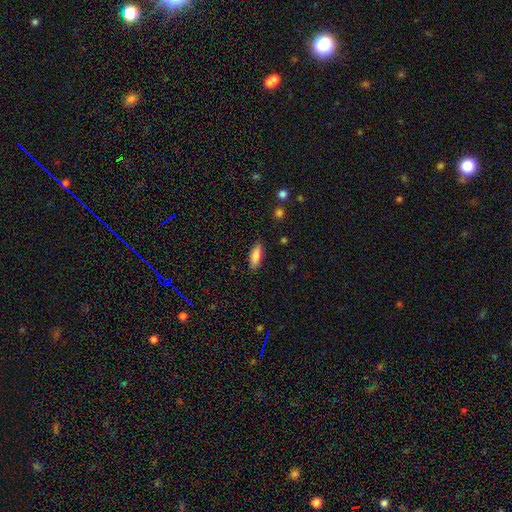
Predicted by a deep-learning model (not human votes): This is clearly a smooth galaxy (83%). How rounded: likely in between (66%). Merging: clearly none (87%).